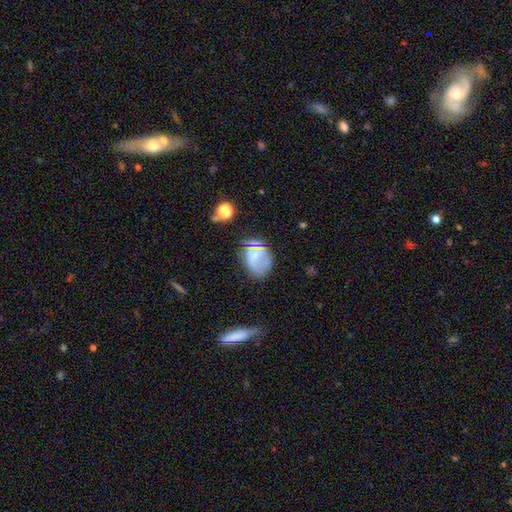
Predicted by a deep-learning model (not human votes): Q: Smooth or featured?
A: smooth (55%); runner-up: featured or disk (29%)
Q: How rounded?
A: in between (57%); runner-up: round (42%)
Q: Merging?
A: none (50%); runner-up: minor disturbance (28%)